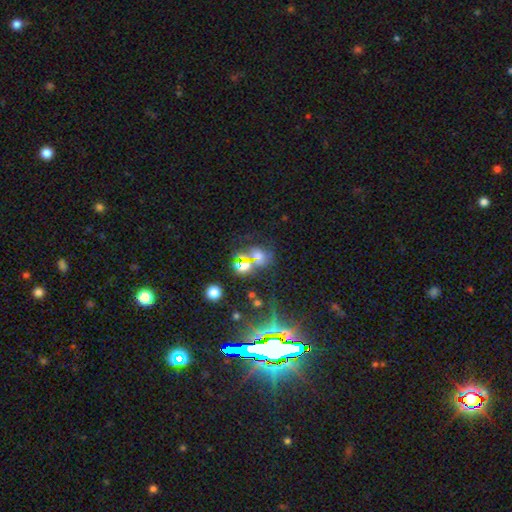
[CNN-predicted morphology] Overall: smooth (42%; star or artifact 40%). Merging: none (42%; merger 33%).